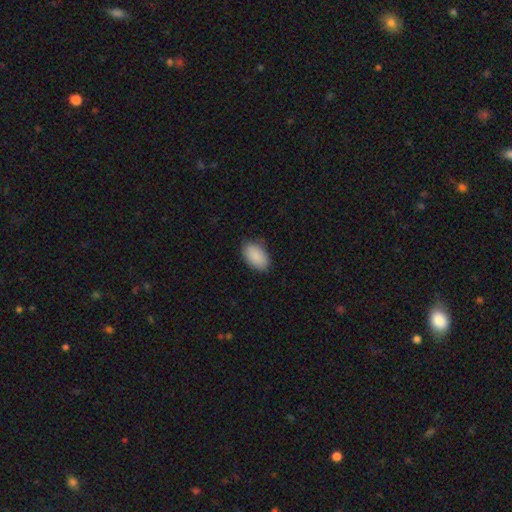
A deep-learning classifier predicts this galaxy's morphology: type=smooth (90%); roundness=in between (94%); merging=none (85%).